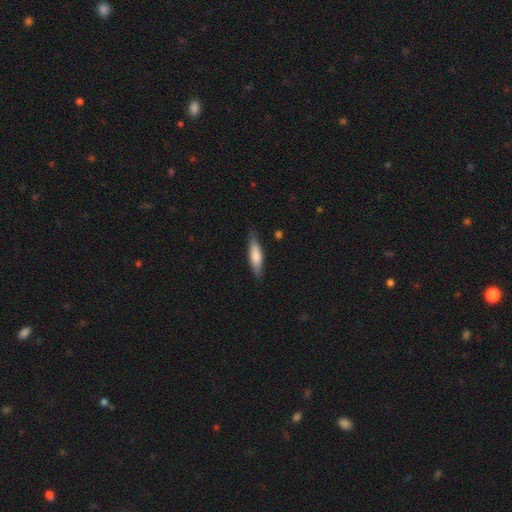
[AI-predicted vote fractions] Overall: smooth (71%). How rounded: cigar-shaped (70%). Merging: none (82%).